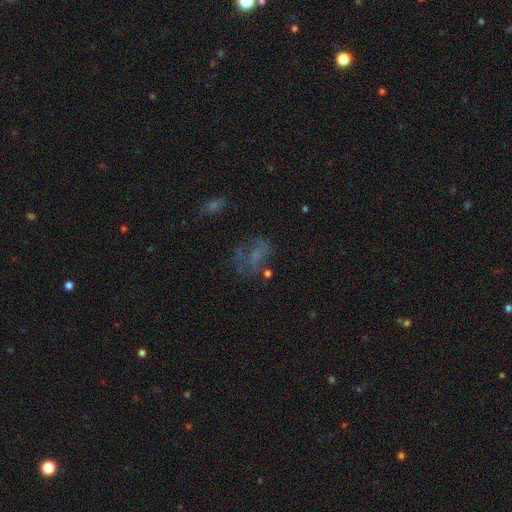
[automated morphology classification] Smooth or featured?
  - featured or disk: 38% *
  - smooth: 37%
  - star or artifact: 24%
Merging?
  - none: 47% *
  - major disturbance: 27%
  - minor disturbance: 19%
  - merger: 6%